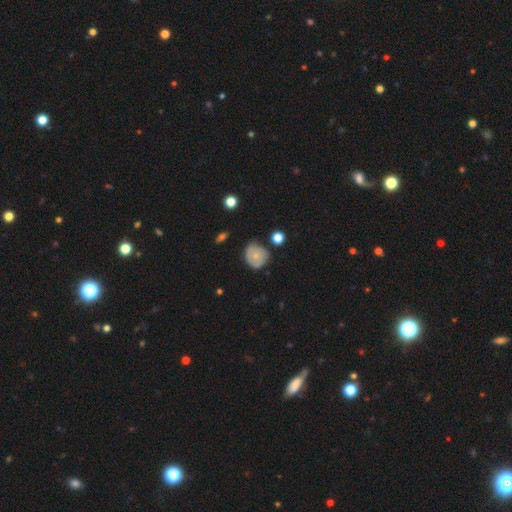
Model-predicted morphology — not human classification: A smooth galaxy with no disk features (65%) that is round (80%).

Vote fractions:
- Smooth or featured? smooth: 65% / featured or disk: 27% / star or artifact: 8%
- How rounded? round: 80% / in between: 19% / cigar-shaped: 1%
- Merging? none: 64% / minor disturbance: 28% / major disturbance: 5% / merger: 3%